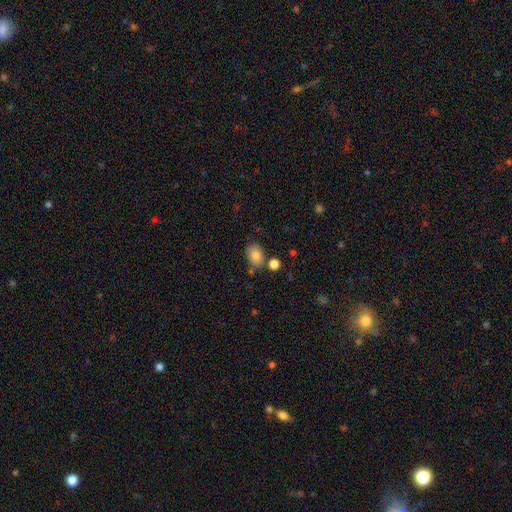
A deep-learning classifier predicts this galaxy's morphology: Smooth or featured? Predicted: smooth (p=0.84). How rounded? Predicted: in between (p=0.80). Merging? Predicted: none (p=0.71).